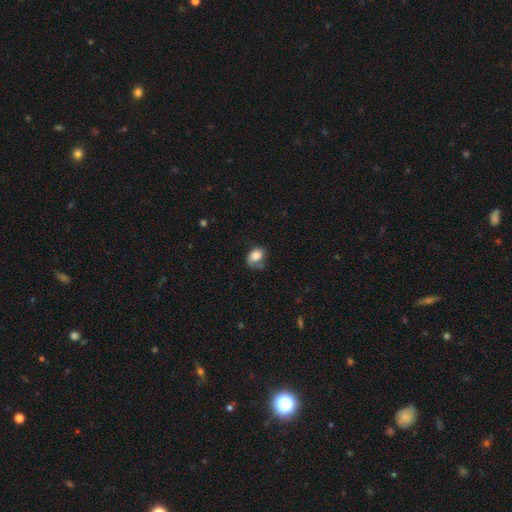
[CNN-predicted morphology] Overall: smooth (70%). How rounded: in between (71%). Merging: none (35%; minor disturbance 31%).